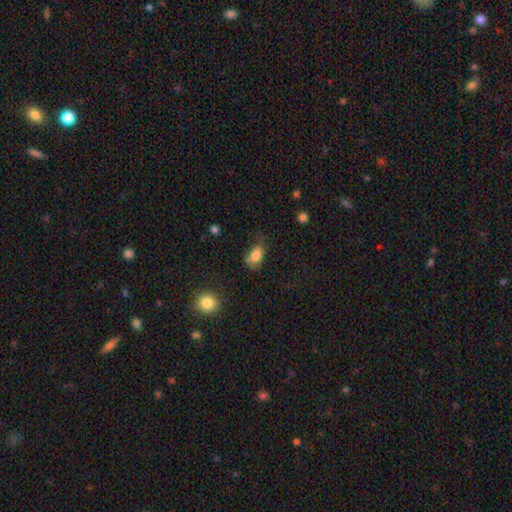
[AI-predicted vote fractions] Smooth or featured? smooth (80%)
How rounded? in between (86%)
Merging? none (50%)